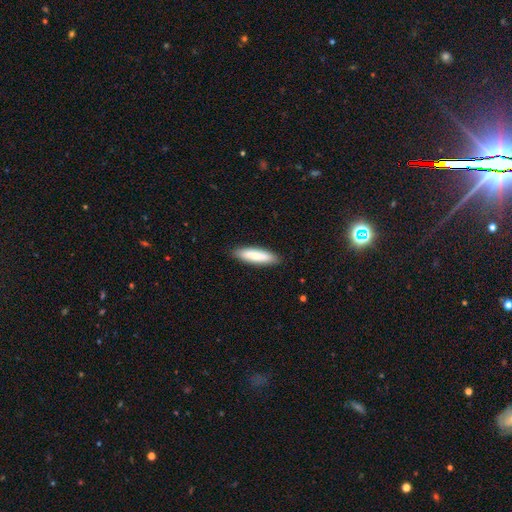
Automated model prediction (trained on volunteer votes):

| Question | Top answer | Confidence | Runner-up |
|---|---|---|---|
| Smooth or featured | smooth | 83% | featured or disk (11%) |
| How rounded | cigar-shaped | 70% | in between (29%) |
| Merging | none | 88% | minor disturbance (9%) |